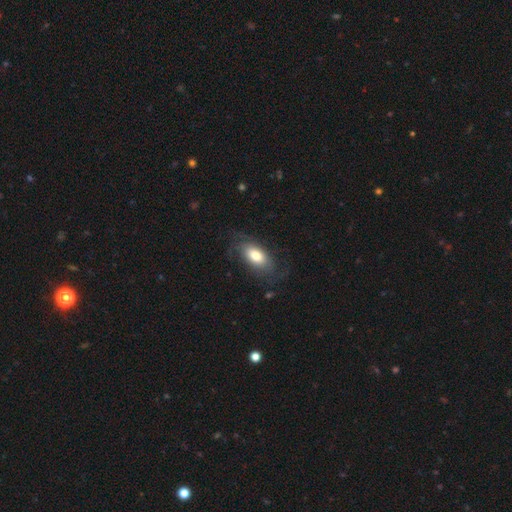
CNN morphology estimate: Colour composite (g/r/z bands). It shows a smooth galaxy with no disk features (58%) that is in between round and cigar-shaped (90%). Merging: none (67%).